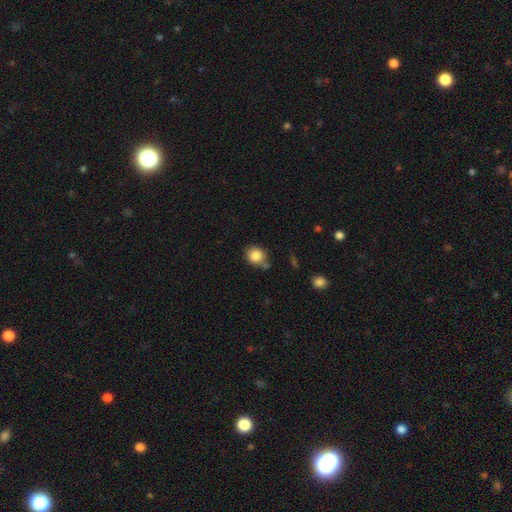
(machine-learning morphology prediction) A smooth galaxy with no disk features (84%) that is round (70%). Merging: none (69%).